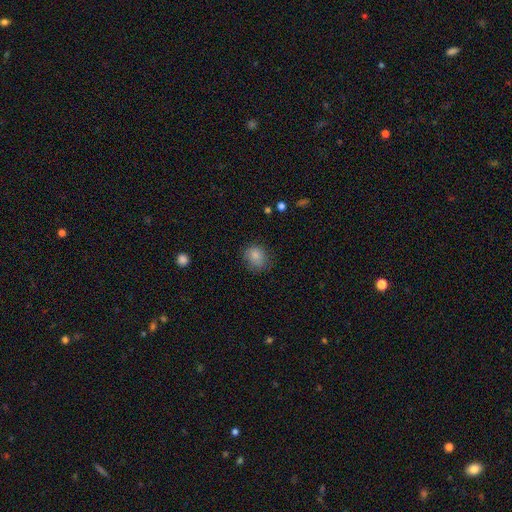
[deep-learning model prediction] Q: Smooth or featured?
A: smooth (84%); runner-up: star or artifact (10%)
Q: How rounded?
A: round (73%); runner-up: in between (26%)
Q: Merging?
A: none (77%); runner-up: minor disturbance (18%)